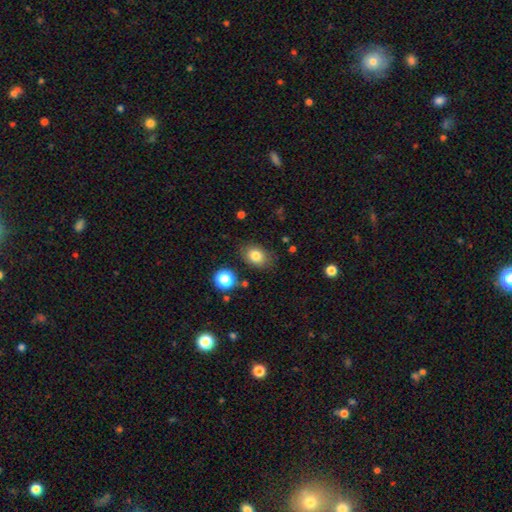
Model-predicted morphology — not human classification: This is clearly a smooth galaxy (81%). How rounded: likely in between (67%). Merging: likely none (80%).